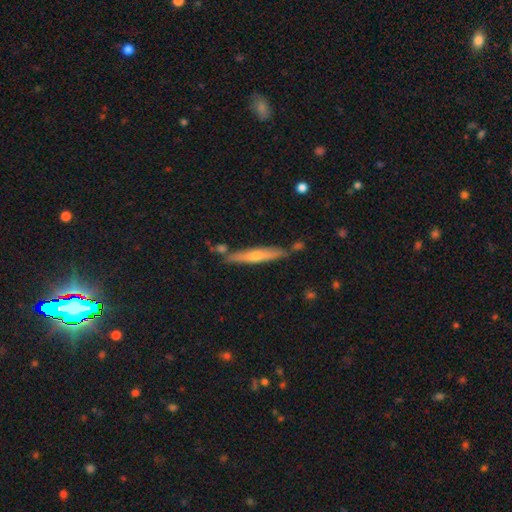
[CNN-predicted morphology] smooth_or_featured: featured or disk (p=0.51) [alt: smooth p=0.43]
disk_edge_on: yes (p=0.92) [alt: no p=0.08]
merging: none (p=0.77) [alt: minor disturbance p=0.14]